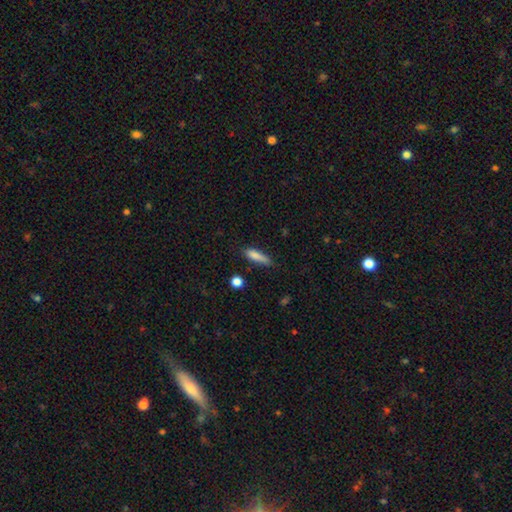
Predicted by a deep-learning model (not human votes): A smooth galaxy with no disk features (81%) that is cigar-shaped (70%).

Vote fractions:
- Smooth or featured? smooth: 81% / featured or disk: 10% / star or artifact: 8%
- How rounded? cigar-shaped: 70% / in between: 28% / round: 2%
- Merging? none: 63% / minor disturbance: 27% / major disturbance: 6% / merger: 3%